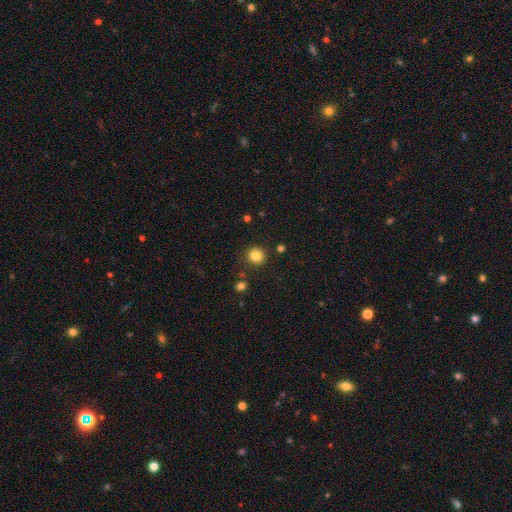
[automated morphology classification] This appears to be a smooth galaxy with no disk features (83%) that is round (91%). Merging: none (88%).